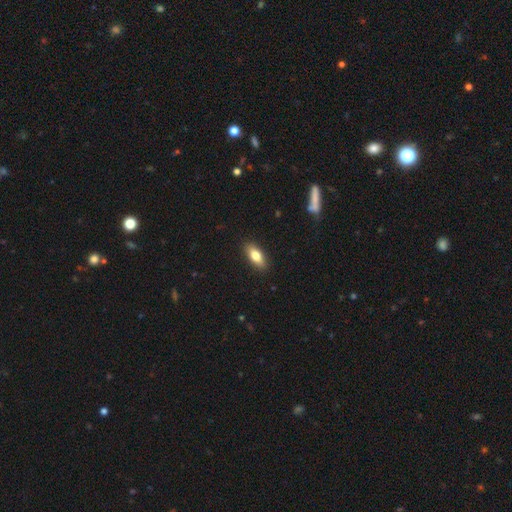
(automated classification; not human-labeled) A smooth galaxy with no disk features (79%) that is in between round and cigar-shaped (81%).

Vote fractions:
- Smooth or featured? smooth: 79% / featured or disk: 14% / star or artifact: 7%
- How rounded? in between: 81% / cigar-shaped: 16% / round: 3%
- Merging? none: 89% / minor disturbance: 8% / major disturbance: 2% / merger: 1%